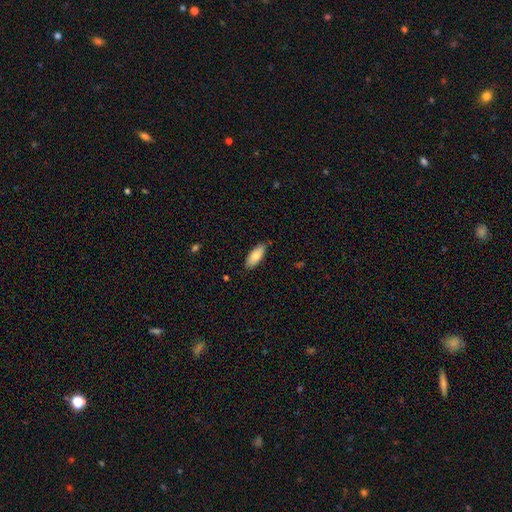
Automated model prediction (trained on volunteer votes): A smooth galaxy with no disk features (82%) that is in between round and cigar-shaped (82%). Merging: none (83%).